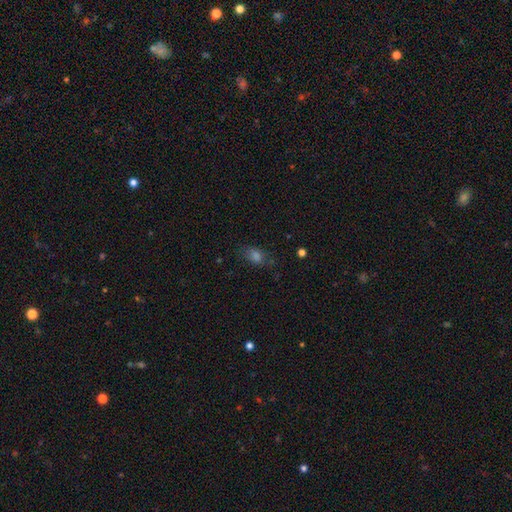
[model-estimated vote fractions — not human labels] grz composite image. It shows a smooth galaxy with no disk features (62%) that is in between round and cigar-shaped (77%). Merging: none (70%).